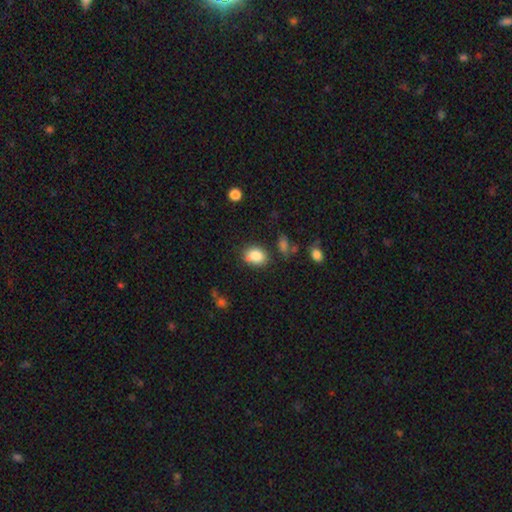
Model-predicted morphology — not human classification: Overall: smooth (85%). How rounded: in between (63%; round 35%). Merging: none (74%).